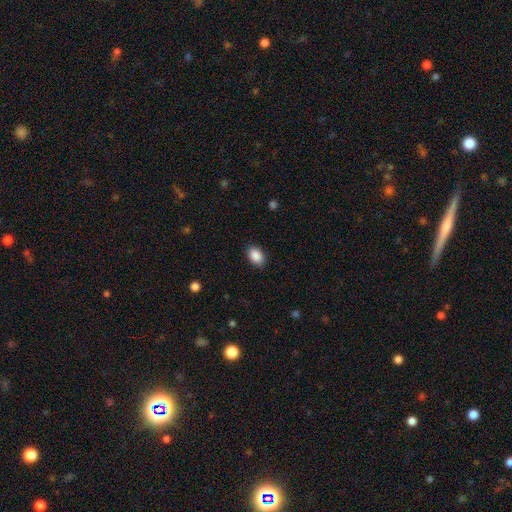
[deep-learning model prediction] Smooth or featured: smooth — 89% (star or artifact — 7%)
How rounded: in between — 83% (round — 15%)
Merging: none — 87% (minor disturbance — 9%)